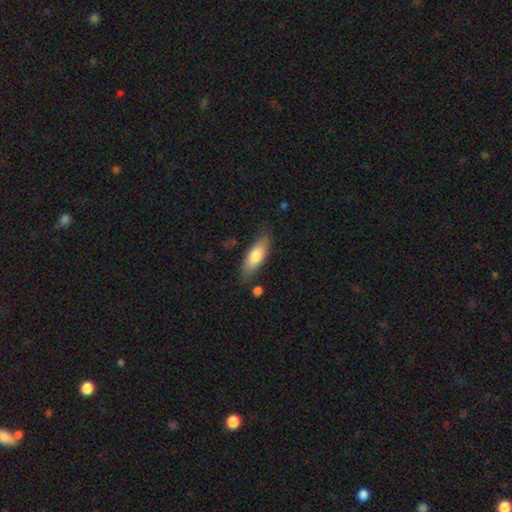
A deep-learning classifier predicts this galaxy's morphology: Smooth or featured?
  - smooth: 75% *
  - featured or disk: 19%
  - star or artifact: 6%
How rounded?
  - in between: 65% *
  - cigar-shaped: 32%
  - round: 2%
Merging?
  - none: 77% *
  - minor disturbance: 17%
  - major disturbance: 4%
  - merger: 3%